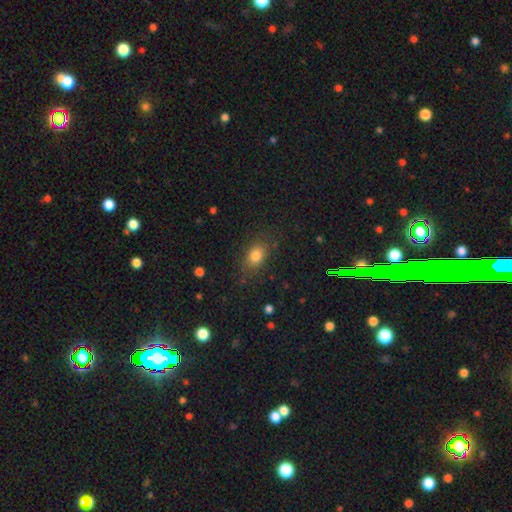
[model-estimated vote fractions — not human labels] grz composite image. It shows a smooth galaxy with no disk features (80%) that is in between round and cigar-shaped (67%). Merging: none (77%).